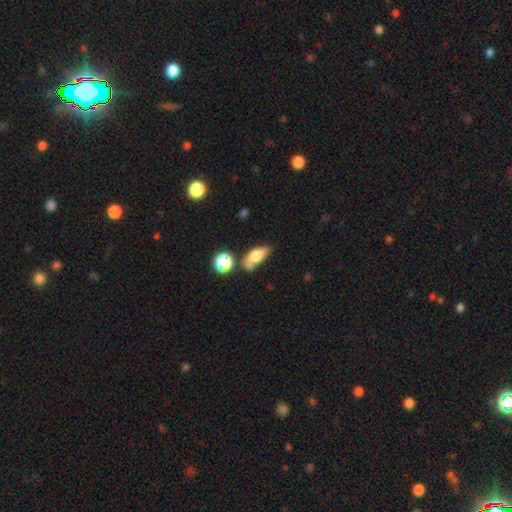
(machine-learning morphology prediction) This is likely a smooth galaxy (69%). How rounded: likely in between (80%). Merging: marginally none (39%).